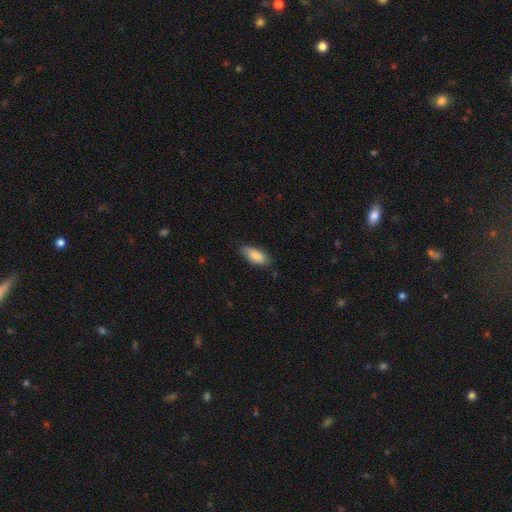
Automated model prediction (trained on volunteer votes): A smooth galaxy with no disk features (86%) that is in between round and cigar-shaped (87%). Merging: none (77%).